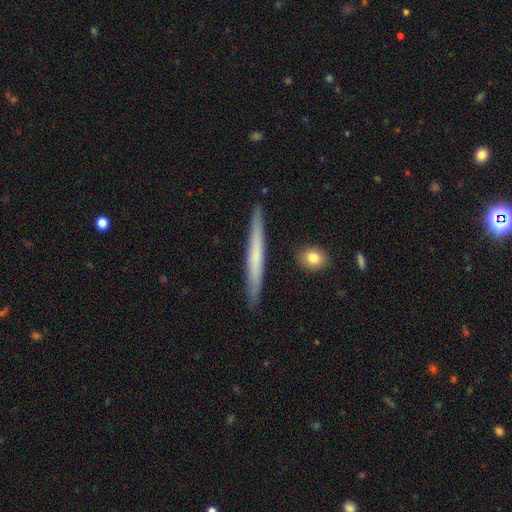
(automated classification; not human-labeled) Smooth or featured: smooth — 49% (featured or disk — 45%)
Merging: none — 89% (minor disturbance — 8%)